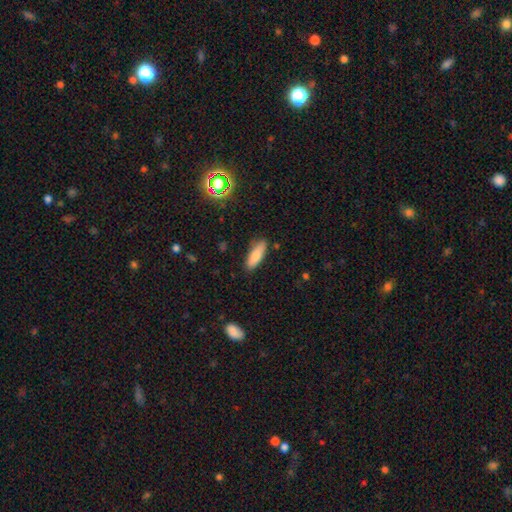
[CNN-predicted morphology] Smooth or featured? smooth (77%)
How rounded? in between (54%)
Merging? none (83%)